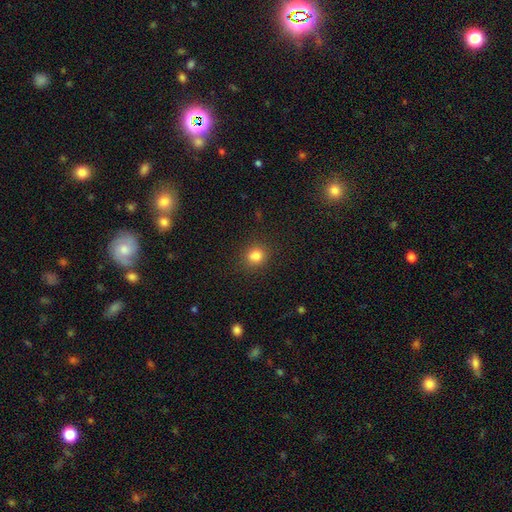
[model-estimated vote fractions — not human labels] Q: Smooth or featured?
A: smooth (82%); runner-up: star or artifact (13%)
Q: How rounded?
A: round (79%); runner-up: in between (20%)
Q: Merging?
A: none (84%); runner-up: minor disturbance (10%)